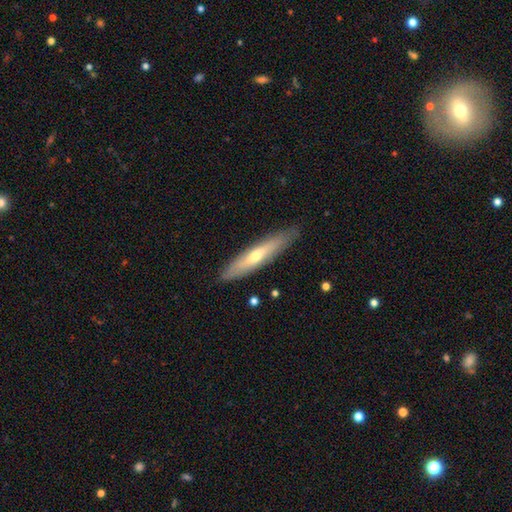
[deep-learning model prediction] A smooth galaxy with no disk features (47%, tied with featured or disk).

Vote fractions:
- Smooth or featured? smooth: 47% (tied) / featured or disk: 47% (tied) / star or artifact: 6%
- Merging? none: 86% / minor disturbance: 11% / major disturbance: 2% / merger: 1%